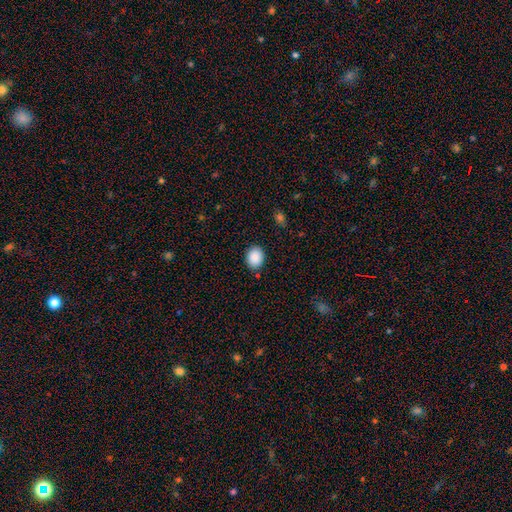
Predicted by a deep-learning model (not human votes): Smooth or featured? smooth (89%)
How rounded? in between (50%)
Merging? none (86%)